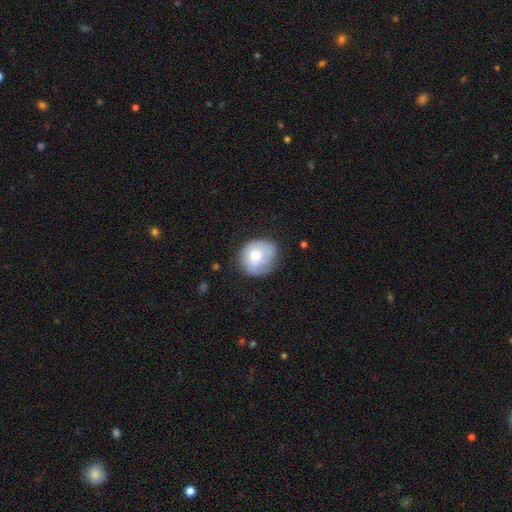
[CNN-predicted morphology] Smooth or featured? smooth (66%)
How rounded? round (75%)
Merging? none (58%)